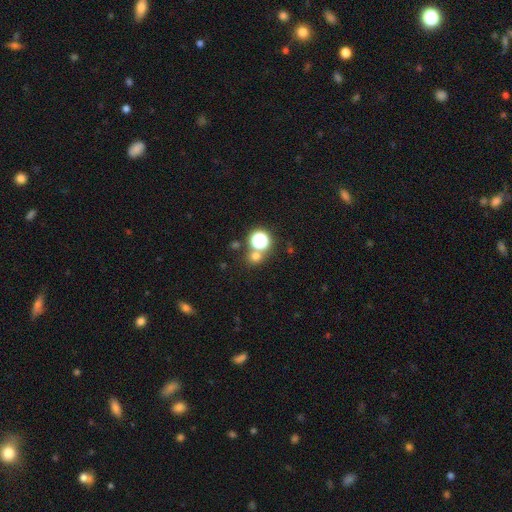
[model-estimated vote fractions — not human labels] Smooth or featured? smooth (63%)
How rounded? round (87%)
Merging? none (69%)